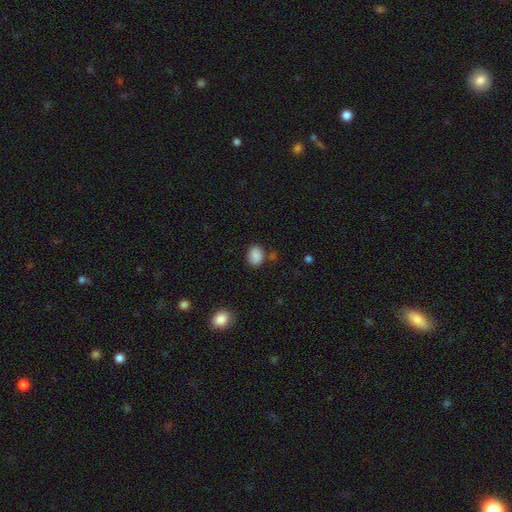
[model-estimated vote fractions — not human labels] smooth-or-featured: smooth: 86% | star or artifact: 9% | featured or disk: 6%
  how-rounded: in between: 59% | round: 40% | cigar-shaped: 1%
  merging: none: 74% | minor disturbance: 17% | merger: 5% | major disturbance: 4%